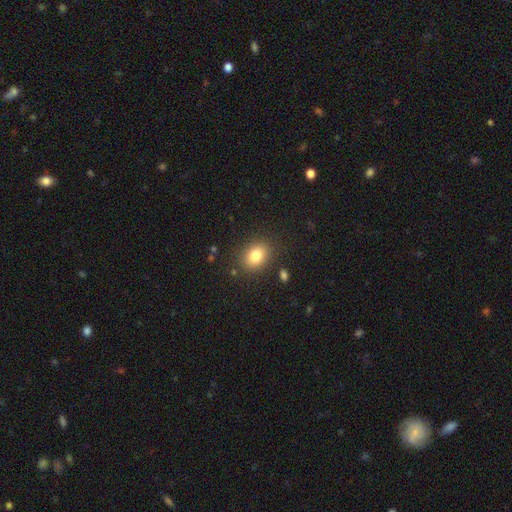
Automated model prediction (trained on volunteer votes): smooth-or-featured: smooth: 80% | star or artifact: 11% | featured or disk: 9%
  how-rounded: in between: 58% | round: 41% | cigar-shaped: 1%
  merging: none: 85% | minor disturbance: 9% | major disturbance: 3% | merger: 2%